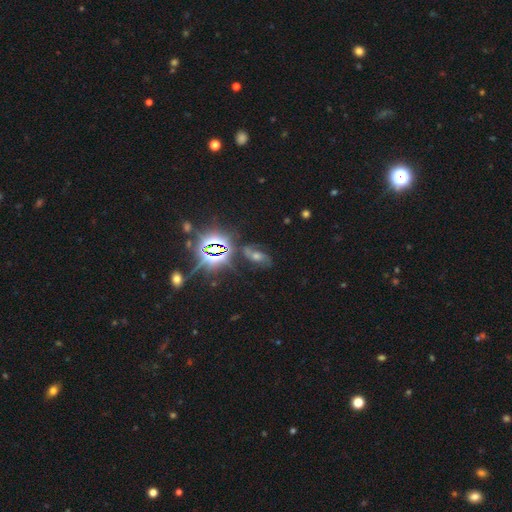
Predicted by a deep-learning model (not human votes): Overall: star or artifact (47%; featured or disk 36%).